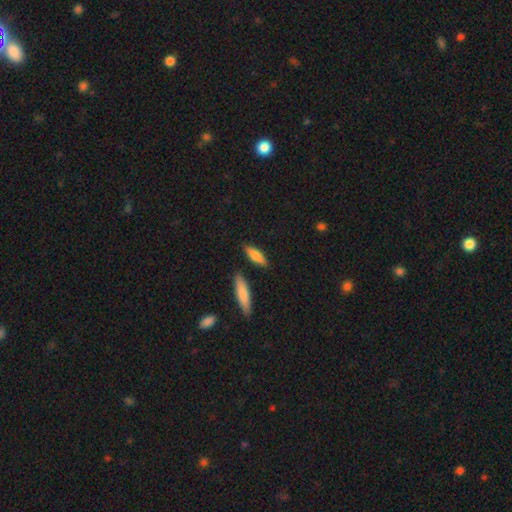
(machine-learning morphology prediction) A smooth galaxy with no disk features (76%) that is cigar-shaped (50%).

Vote fractions:
- Smooth or featured? smooth: 76% / featured or disk: 18% / star or artifact: 6%
- How rounded? cigar-shaped: 50% / in between: 47% / round: 3%
- Merging? none: 81% / minor disturbance: 12% / merger: 5% / major disturbance: 3%